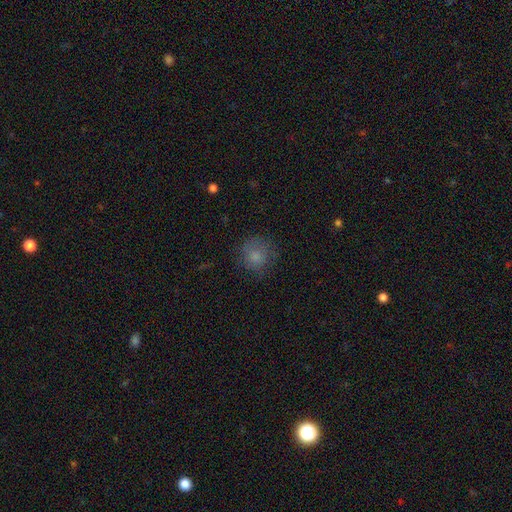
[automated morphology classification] The model was most divided on "merging": none: 72%, minor disturbance: 19%, major disturbance: 8%, merger: 1%. More confident: how rounded — round (89%); smooth or featured — smooth (79%).